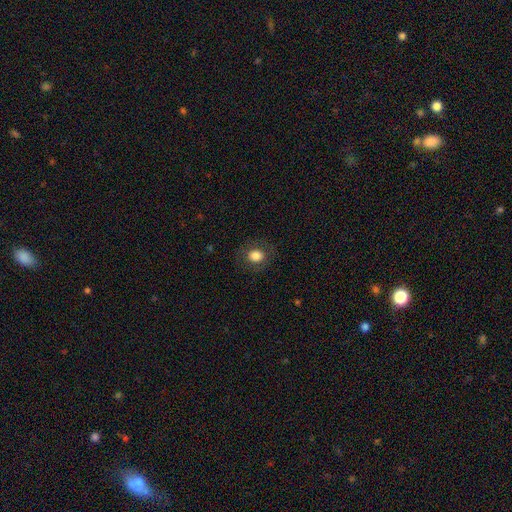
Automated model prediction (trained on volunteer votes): Smooth or featured? Predicted: smooth (p=0.79). How rounded? Predicted: round (p=0.66). Merging? Predicted: none (p=0.85).